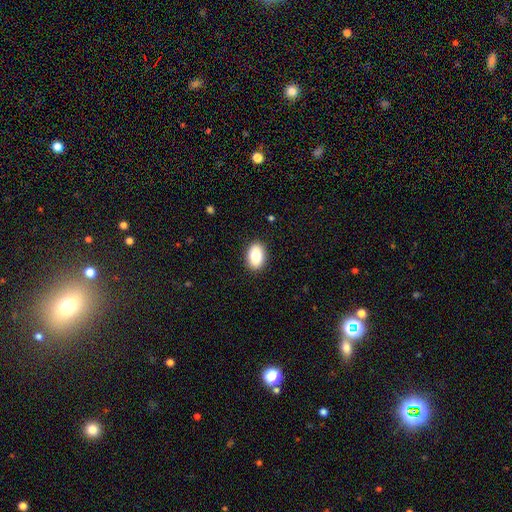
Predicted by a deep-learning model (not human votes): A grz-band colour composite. It shows a smooth galaxy with no disk features (82%) that is in between round and cigar-shaped (86%). Merging: none (89%).